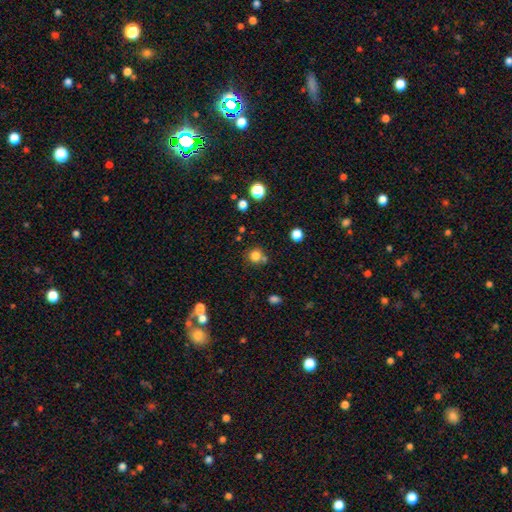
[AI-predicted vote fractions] This appears to be a smooth galaxy with no disk features (80%) that is round (91%). Merging: none (67%).